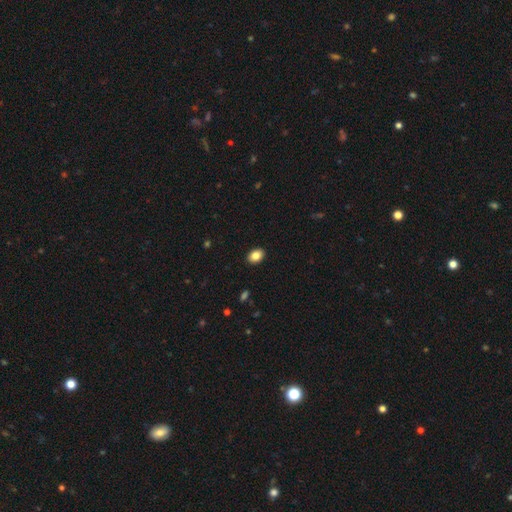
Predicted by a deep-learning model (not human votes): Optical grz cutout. It shows a smooth galaxy with no disk features (86%) that is in between round and cigar-shaped (76%). Merging: none (91%).